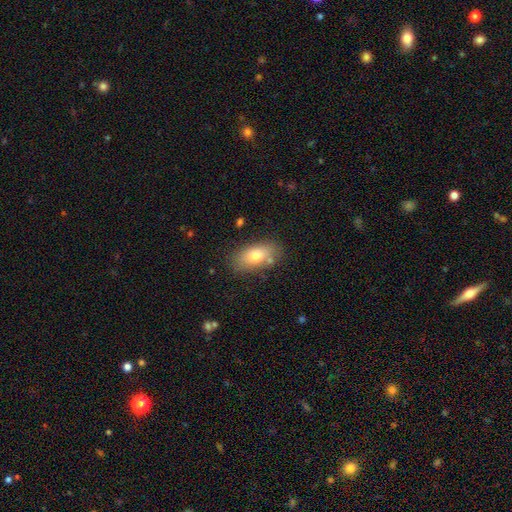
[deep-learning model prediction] The model was most divided on "smooth or featured": smooth: 75%, featured or disk: 17%, star or artifact: 8%. More confident: how rounded — in between (88%); merging — none (77%).